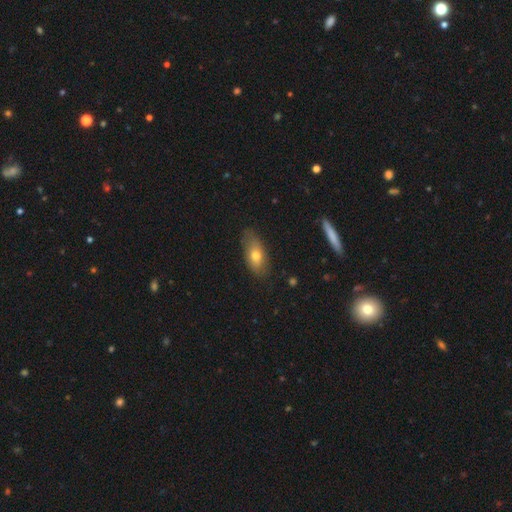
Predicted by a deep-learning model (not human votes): Smooth or featured?
  - smooth: 71% *
  - featured or disk: 22%
  - star or artifact: 7%
How rounded?
  - in between: 85% *
  - cigar-shaped: 10%
  - round: 5%
Merging?
  - none: 76% *
  - minor disturbance: 19%
  - major disturbance: 4%
  - merger: 1%